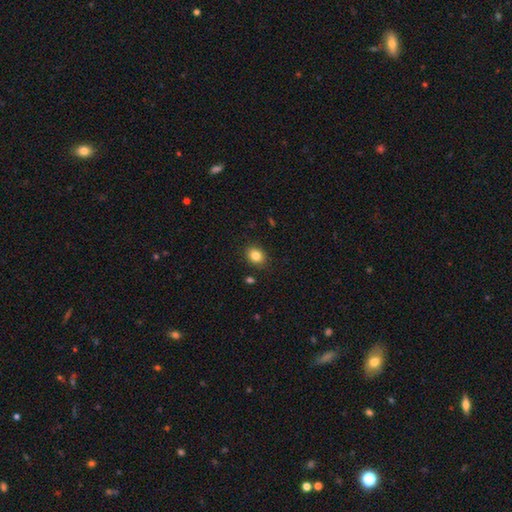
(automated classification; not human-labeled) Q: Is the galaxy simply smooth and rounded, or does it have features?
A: smooth — 83%.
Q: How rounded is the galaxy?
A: in between — 56%.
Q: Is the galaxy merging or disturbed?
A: none — 86%.